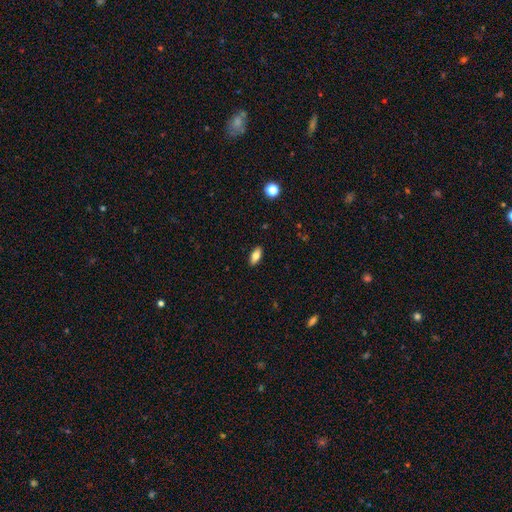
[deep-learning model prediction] smooth-or-featured: smooth: 78% | featured or disk: 14% | star or artifact: 8%
  how-rounded: in between: 85% | cigar-shaped: 12% | round: 3%
  merging: none: 89% | minor disturbance: 8% | major disturbance: 2% | merger: 1%